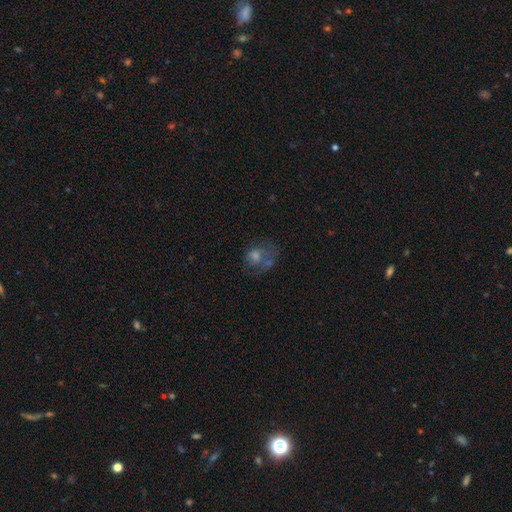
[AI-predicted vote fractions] smooth 43%, featured or disk 38%, star or artifact 19%. Down the decision tree: merging — none (37%).